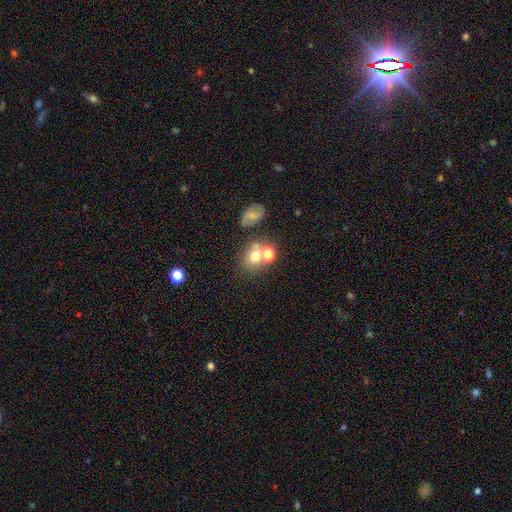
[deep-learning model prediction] Smooth or featured? Predicted: smooth (p=0.67). How rounded? Predicted: round (p=0.58). Merging? Predicted: none (p=0.45).